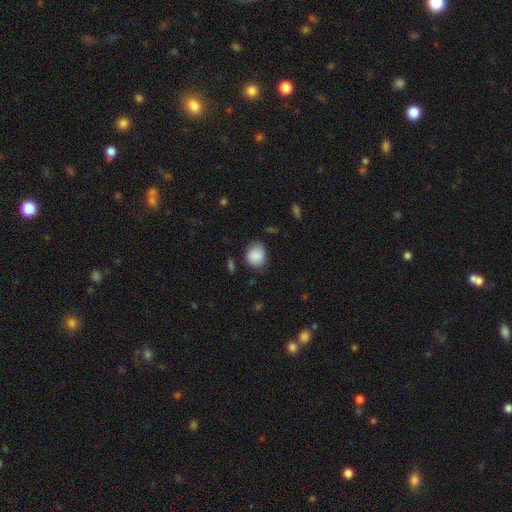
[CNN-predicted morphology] Smooth or featured: smooth — 86% (star or artifact — 8%)
How rounded: round — 59% (in between — 40%)
Merging: none — 66% (minor disturbance — 26%)